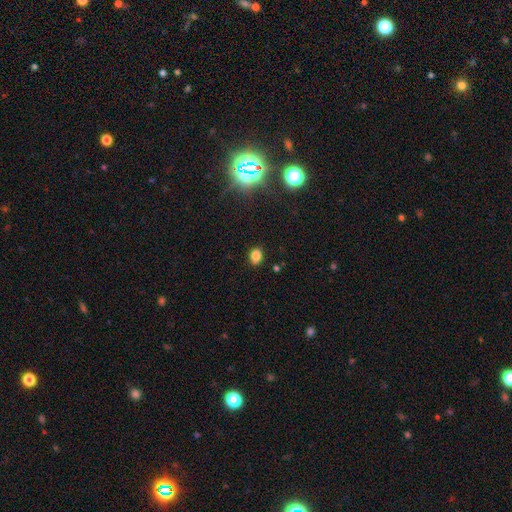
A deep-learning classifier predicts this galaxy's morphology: This is clearly a smooth galaxy (81%). How rounded: possibly in between (58%). Merging: clearly none (84%).